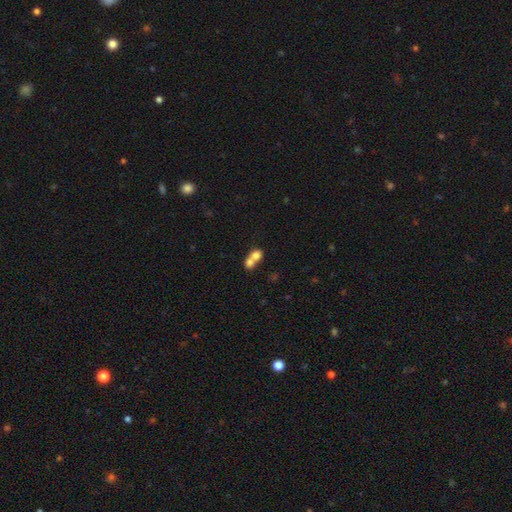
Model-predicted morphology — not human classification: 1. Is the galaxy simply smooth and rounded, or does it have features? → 72% smooth, 18% featured or disk, 10% star or artifact.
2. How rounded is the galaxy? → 61% round, 37% in between, 2% cigar-shaped.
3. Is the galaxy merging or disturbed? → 75% merger, 18% none, 4% minor disturbance, 3% major disturbance.